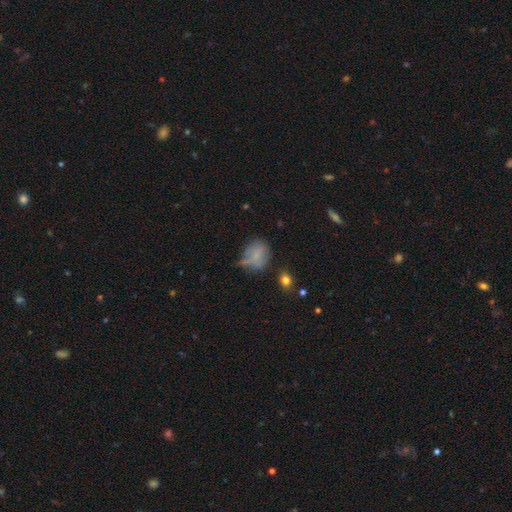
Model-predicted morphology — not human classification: Smooth or featured?
  - smooth: 70% *
  - featured or disk: 18%
  - star or artifact: 12%
How rounded?
  - round: 61% *
  - in between: 37%
  - cigar-shaped: 2%
Merging?
  - none: 42% *
  - minor disturbance: 33%
  - major disturbance: 16%
  - merger: 9%